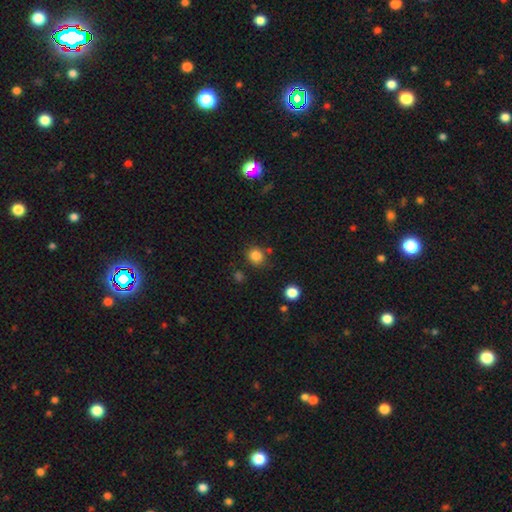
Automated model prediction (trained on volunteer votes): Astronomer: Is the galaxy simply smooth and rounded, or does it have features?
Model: smooth — 83%.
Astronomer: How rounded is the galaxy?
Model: round — 87%.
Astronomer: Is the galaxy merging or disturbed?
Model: none — 81%.